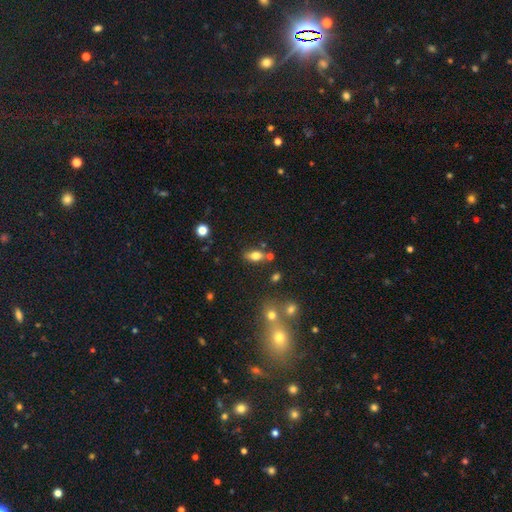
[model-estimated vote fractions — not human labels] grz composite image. It shows a smooth galaxy with no disk features (73%) that is in between round and cigar-shaped (82%). Merging: none (72%).